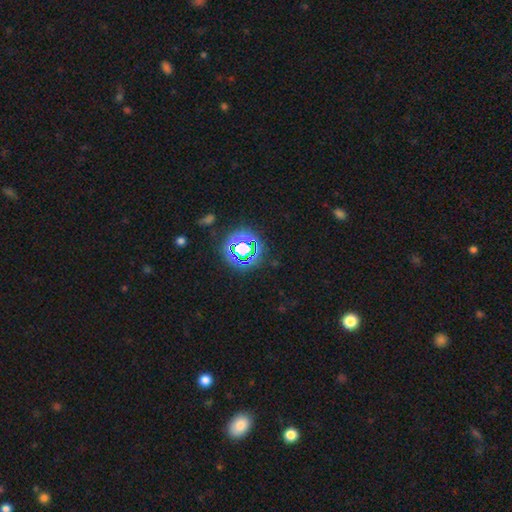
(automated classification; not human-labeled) Smooth or featured? Predicted: star or artifact (p=0.78).